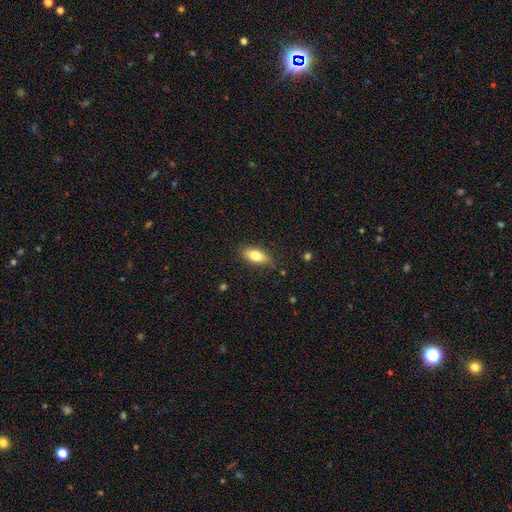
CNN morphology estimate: smooth 74%, featured or disk 19%, star or artifact 7%. Down the decision tree: how rounded — in between (76%); merging — none (83%).